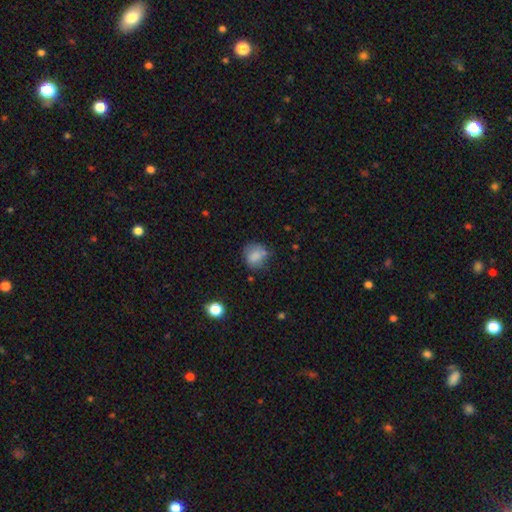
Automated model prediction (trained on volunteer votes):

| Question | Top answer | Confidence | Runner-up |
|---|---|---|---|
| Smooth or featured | smooth | 77% | featured or disk (12%) |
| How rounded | round | 69% | in between (30%) |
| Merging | none | 55% | minor disturbance (27%) |